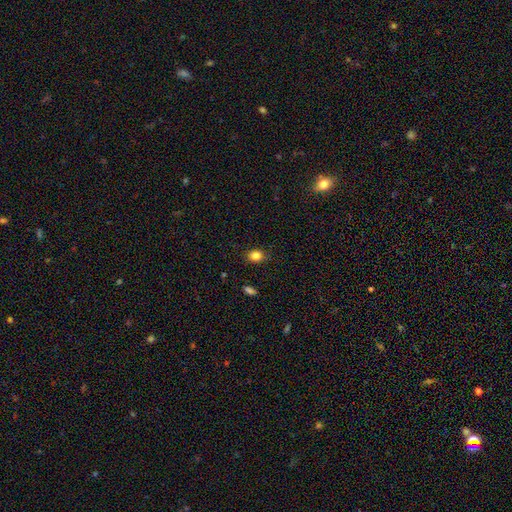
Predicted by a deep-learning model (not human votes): This is clearly a smooth galaxy (83%). How rounded: likely in between (60%). Merging: clearly none (85%).